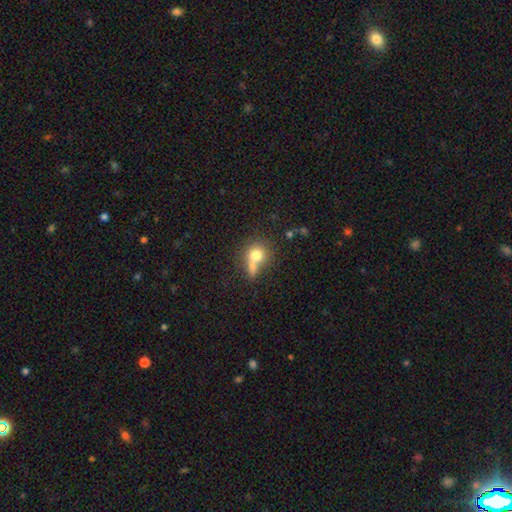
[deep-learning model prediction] The model was most divided on "merging": merger: 45%, none: 36%, minor disturbance: 12%, major disturbance: 8%. More confident: how rounded — round (78%); smooth or featured — smooth (74%).